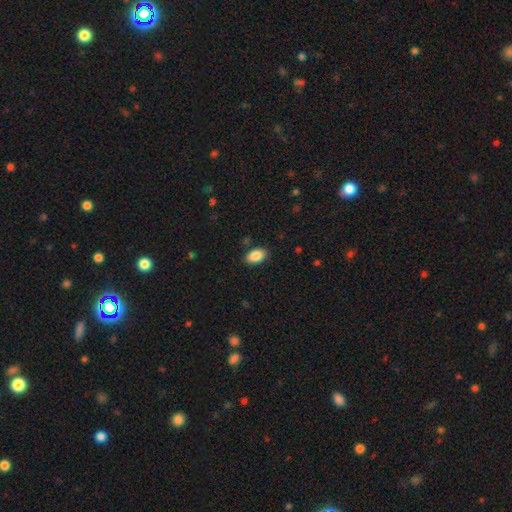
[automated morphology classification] Smooth or featured: smooth — 89% (star or artifact — 7%)
How rounded: in between — 92% (round — 6%)
Merging: none — 87% (minor disturbance — 10%)